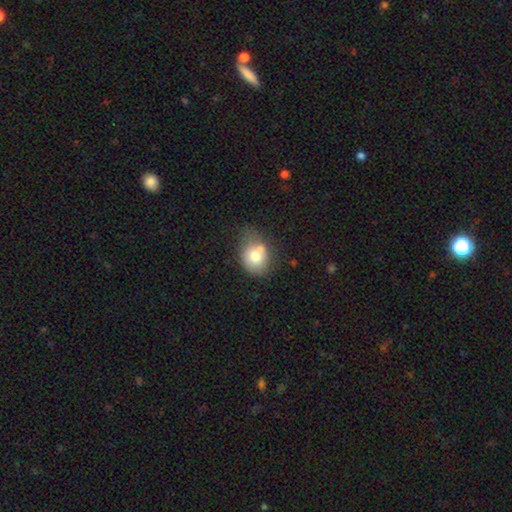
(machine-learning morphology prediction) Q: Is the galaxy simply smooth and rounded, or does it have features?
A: smooth — 73%.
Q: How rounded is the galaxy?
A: in between — 52%.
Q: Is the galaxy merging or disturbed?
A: none — 34%.